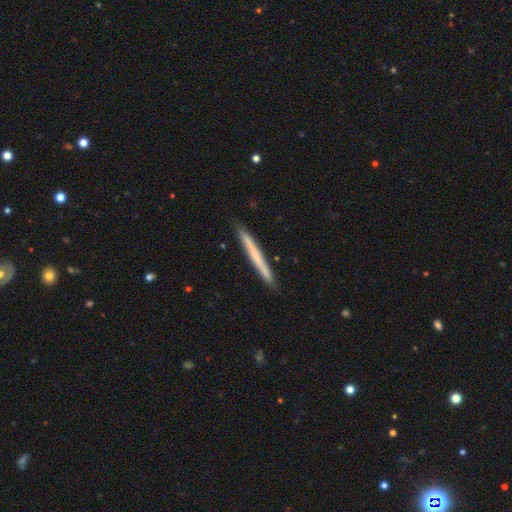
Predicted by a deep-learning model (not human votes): A smooth galaxy with no disk features (55%) that is cigar-shaped (97%). Merging: none (91%).